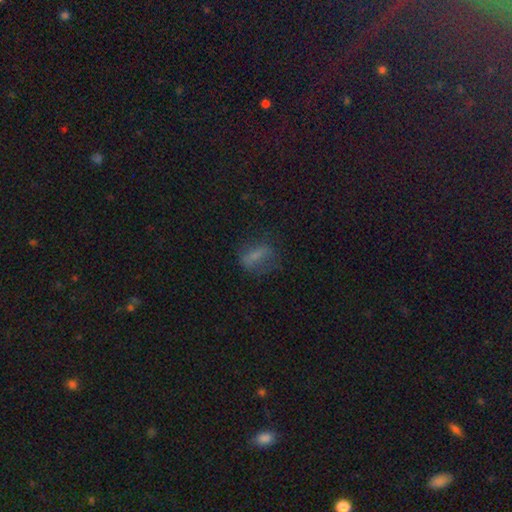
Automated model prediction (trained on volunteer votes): Morphology: type=smooth (58%); roundness=in between (63%); merging=none (57%).